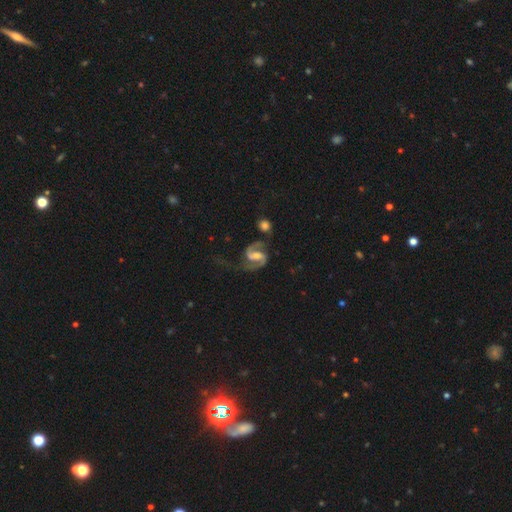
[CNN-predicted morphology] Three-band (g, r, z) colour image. It shows a featured or disk galaxy (92%) with a weak bar (49%), 2 (94%) medium (58%) spiral arms (98%) and a moderate central bulge (46%). Merging: none (59%).